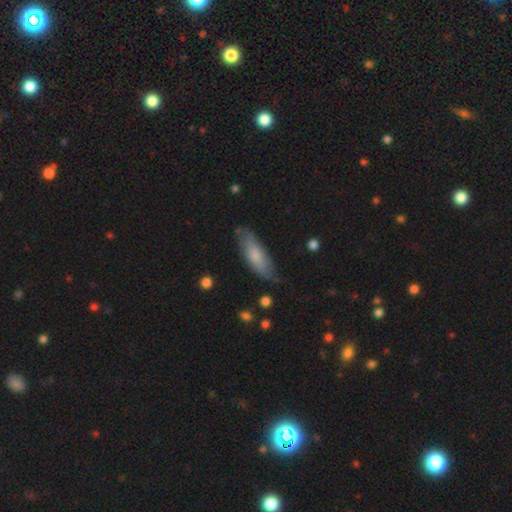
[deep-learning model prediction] Smooth or featured?
  - smooth: 69% *
  - featured or disk: 26%
  - star or artifact: 5%
How rounded?
  - in between: 60% *
  - cigar-shaped: 38%
  - round: 2%
Merging?
  - none: 72% *
  - minor disturbance: 22%
  - major disturbance: 4%
  - merger: 2%